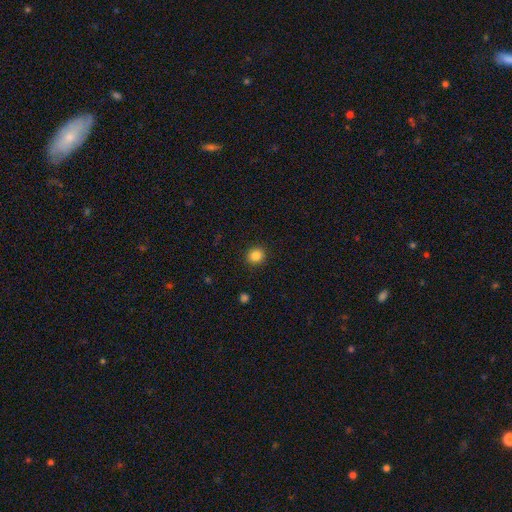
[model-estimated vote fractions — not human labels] Smooth or featured? smooth (85%)
How rounded? round (88%)
Merging? none (91%)